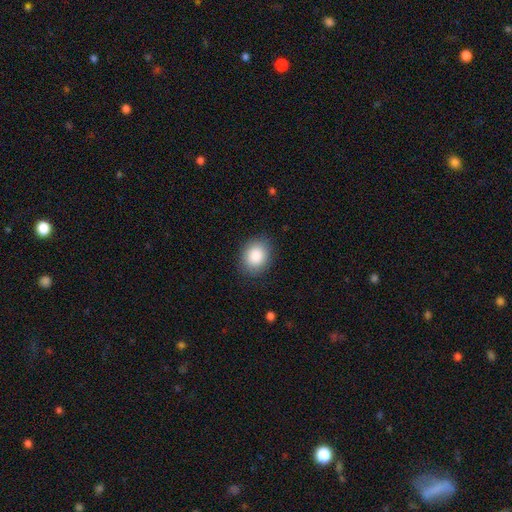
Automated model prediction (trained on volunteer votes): smooth-or-featured: smooth: 87% | star or artifact: 7% | featured or disk: 5%
  how-rounded: round: 53% | in between: 46% | cigar-shaped: 1%
  merging: none: 86% | minor disturbance: 10% | major disturbance: 3% | merger: 1%